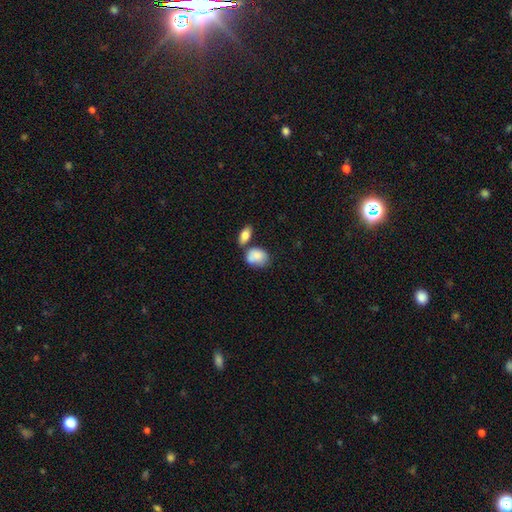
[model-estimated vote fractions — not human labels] Q: Smooth or featured?
A: smooth (80%); runner-up: featured or disk (13%)
Q: How rounded?
A: in between (65%); runner-up: round (33%)
Q: Merging?
A: none (38%); runner-up: merger (33%)